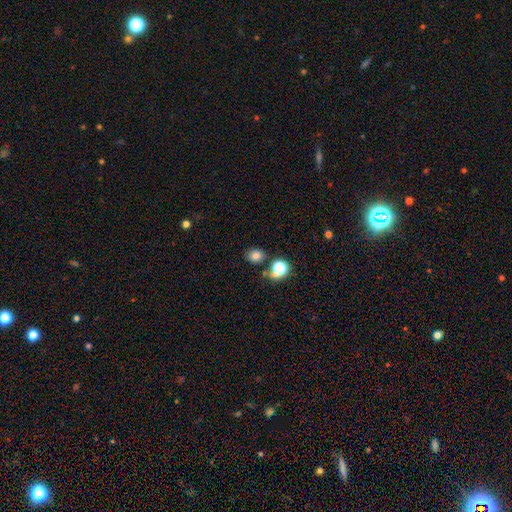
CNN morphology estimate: The model was most divided on "how rounded": round: 59%, in between: 40%, cigar-shaped: 1%. More confident: smooth or featured — smooth (77%); merging — none (73%).